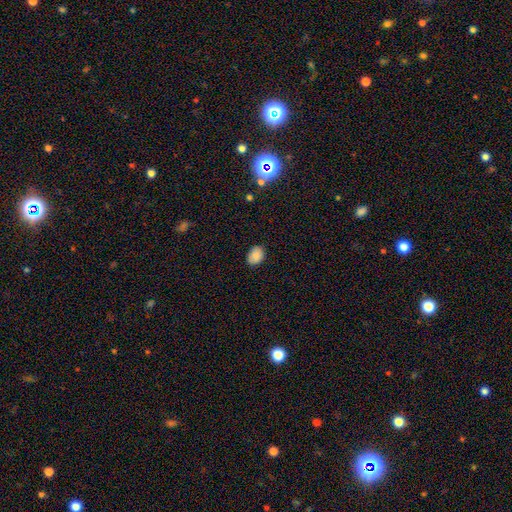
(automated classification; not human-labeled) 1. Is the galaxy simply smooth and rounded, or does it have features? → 88% smooth, 9% star or artifact, 4% featured or disk.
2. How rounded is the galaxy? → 72% in between, 27% round, 1% cigar-shaped.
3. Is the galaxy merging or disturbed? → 86% none, 11% minor disturbance, 2% major disturbance, 1% merger.